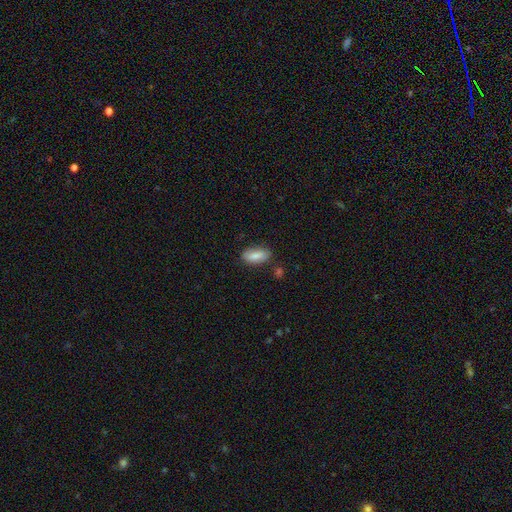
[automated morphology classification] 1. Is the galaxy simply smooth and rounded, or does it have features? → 84% smooth, 10% featured or disk, 6% star or artifact.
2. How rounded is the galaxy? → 89% in between, 9% cigar-shaped, 3% round.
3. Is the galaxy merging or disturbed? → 78% none, 15% minor disturbance, 3% merger, 3% major disturbance.